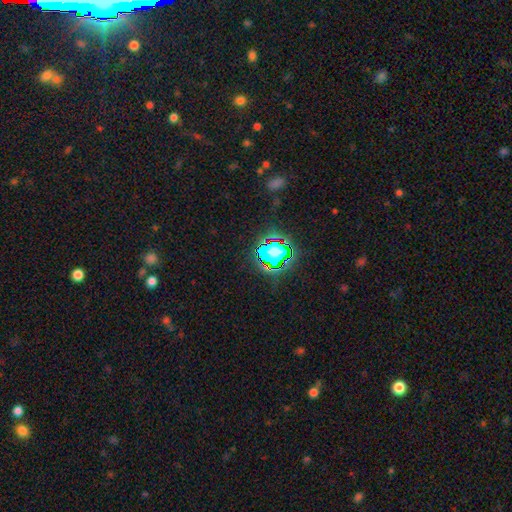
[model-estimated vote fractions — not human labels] A star or artifact, not a galaxy (75%).

Vote fractions:
- Smooth or featured? star or artifact: 75% / smooth: 16% / featured or disk: 8%